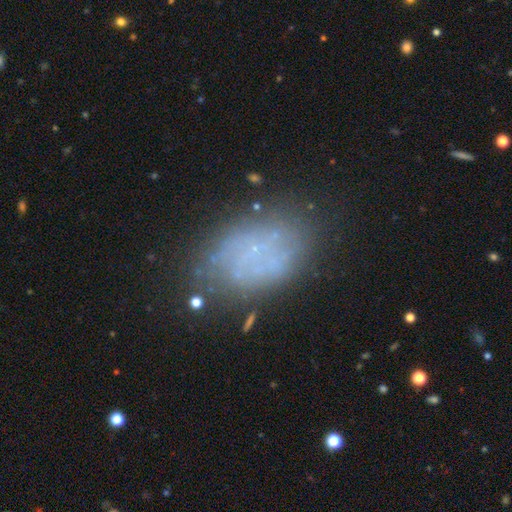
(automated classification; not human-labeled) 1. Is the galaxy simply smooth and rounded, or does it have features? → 43% featured or disk, 41% smooth, 17% star or artifact.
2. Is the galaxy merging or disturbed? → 67% none, 19% minor disturbance, 11% major disturbance, 3% merger.